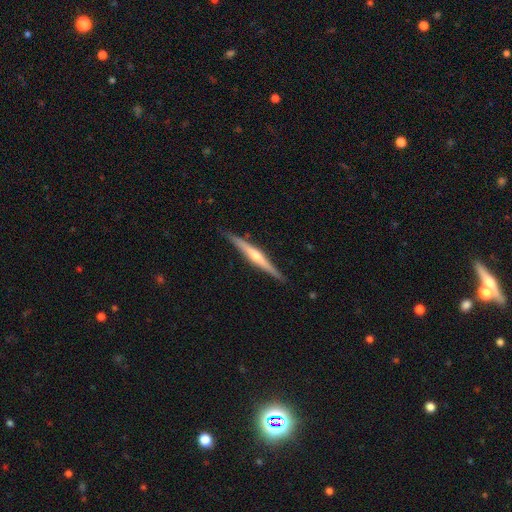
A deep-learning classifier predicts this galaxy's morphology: The model was most divided on "smooth or featured": featured or disk: 75%, smooth: 20%, star or artifact: 5%. More confident: edge-on disk — yes (98%); merging — none (90%); edge-on bulge — rounded (83%).